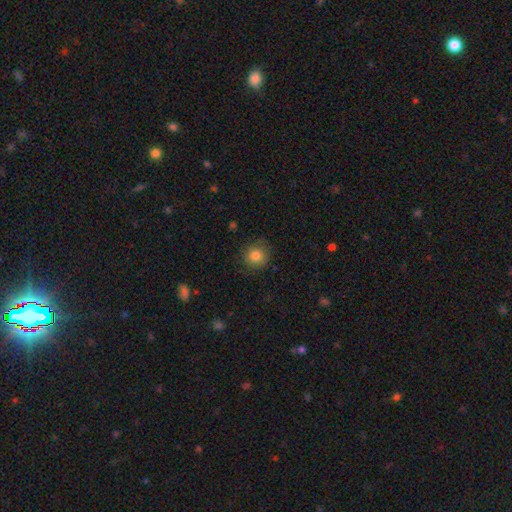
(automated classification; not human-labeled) smooth 82%, star or artifact 11%, featured or disk 7%. Down the decision tree: how rounded — round (91%); merging — none (85%).